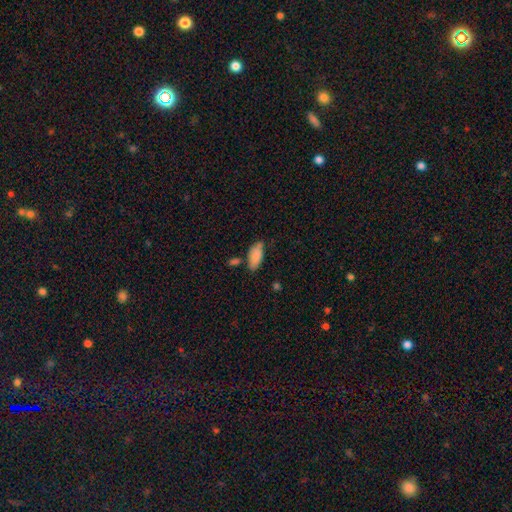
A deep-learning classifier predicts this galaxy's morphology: smooth-or-featured: smooth: 85% | featured or disk: 8% | star or artifact: 6%
  how-rounded: in between: 86% | cigar-shaped: 12% | round: 2%
  merging: none: 61% | minor disturbance: 23% | merger: 11% | major disturbance: 5%